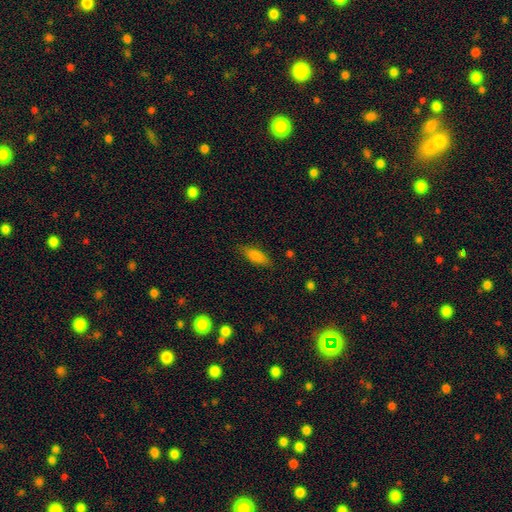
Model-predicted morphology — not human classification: Q: Smooth or featured?
A: smooth (80%); runner-up: featured or disk (12%)
Q: How rounded?
A: in between (70%); runner-up: cigar-shaped (28%)
Q: Merging?
A: none (81%); runner-up: minor disturbance (14%)